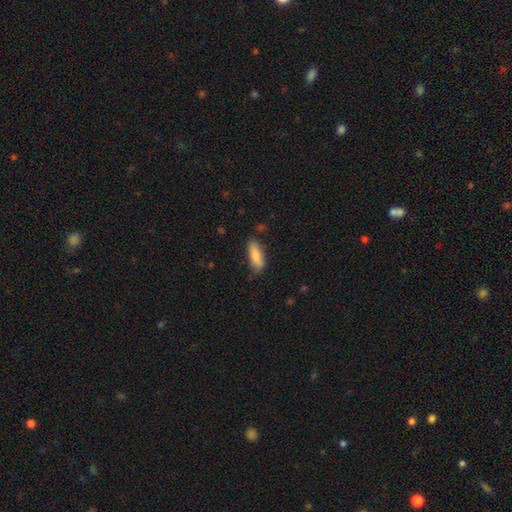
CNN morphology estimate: smooth 84%, featured or disk 9%, star or artifact 6%. Down the decision tree: how rounded — in between (64%); merging — none (75%).